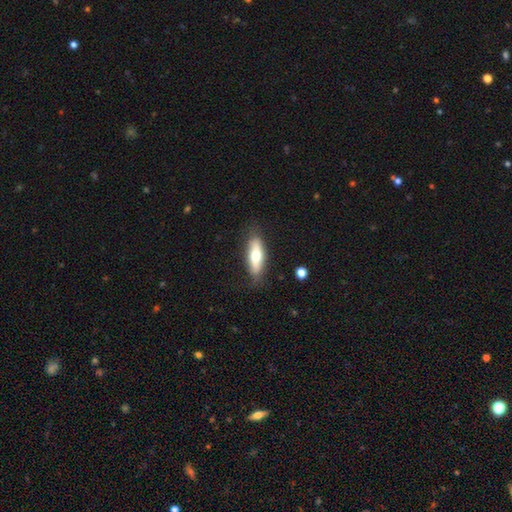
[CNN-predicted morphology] type=smooth (62%); roundness=in between (54%); merging=none (80%).